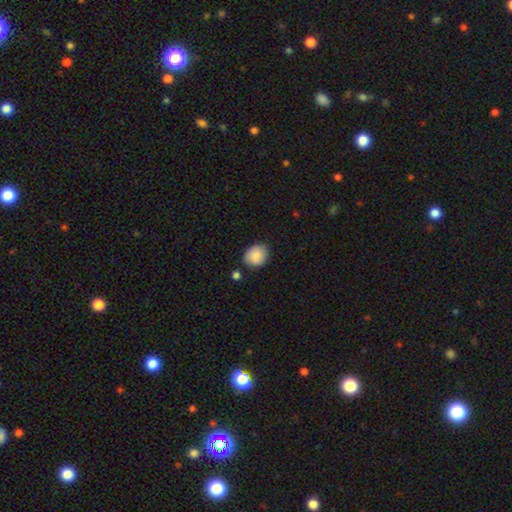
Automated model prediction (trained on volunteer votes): smooth_or_featured: smooth (p=0.88) [alt: star or artifact p=0.07]
how_rounded: round (p=0.55) [alt: in between p=0.44]
merging: none (p=0.76) [alt: minor disturbance p=0.16]